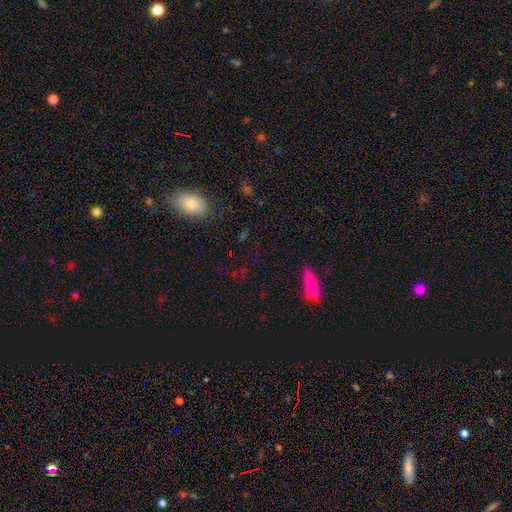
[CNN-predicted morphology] smooth-or-featured: star or artifact: 47% | smooth: 42% | featured or disk: 12%